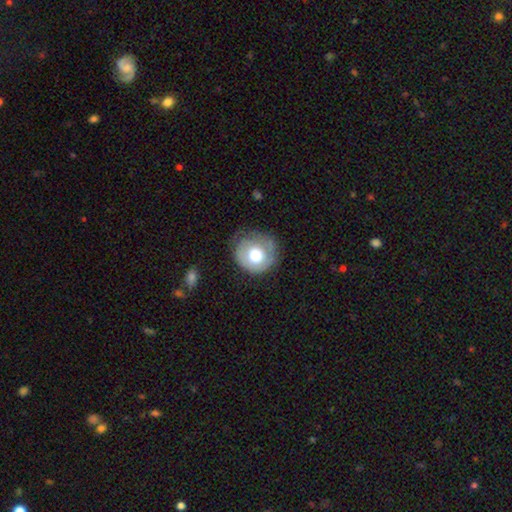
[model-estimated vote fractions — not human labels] Smooth or featured? Predicted: smooth (p=0.63). How rounded? Predicted: round (p=0.88). Merging? Predicted: none (p=0.65).